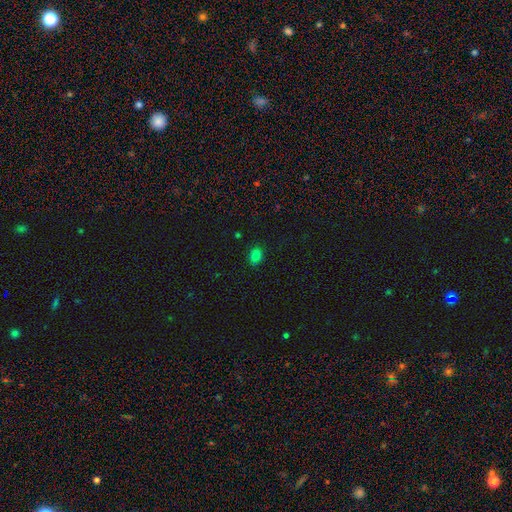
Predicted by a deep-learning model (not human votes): This appears to be a smooth galaxy with no disk features (80%) that is in between round and cigar-shaped (61%). Merging: none (88%).